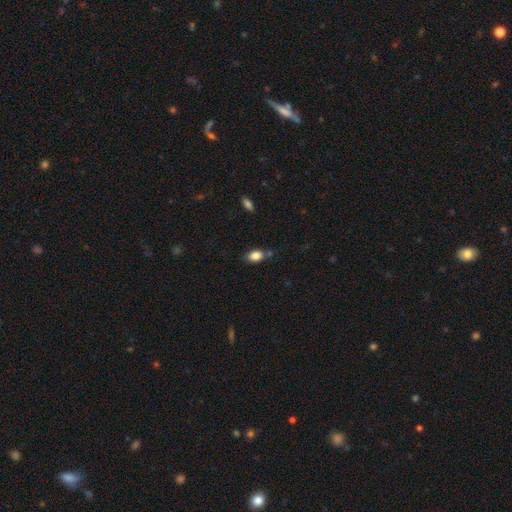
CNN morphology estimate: smooth-or-featured: smooth: 84% | star or artifact: 9% | featured or disk: 7%
  how-rounded: in between: 85% | round: 12% | cigar-shaped: 2%
  merging: none: 65% | minor disturbance: 19% | merger: 11% | major disturbance: 5%